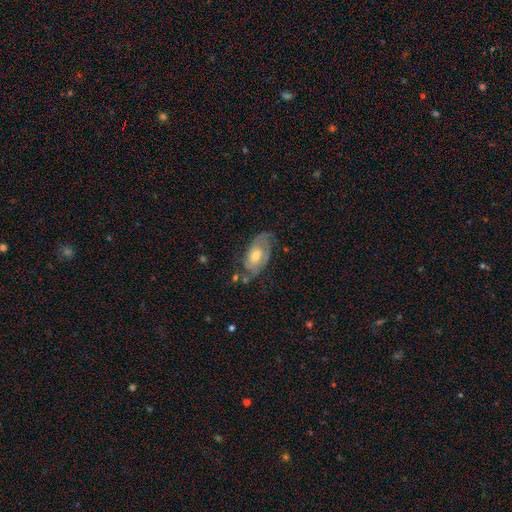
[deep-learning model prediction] Morphology: type=featured or disk (76%); edge-on=no (94%); bar=no (63%); spiral arms=yes (89%); winding=tight (46%); arm count=2 (62%); bulge=moderate (67%); merging=none (63%).